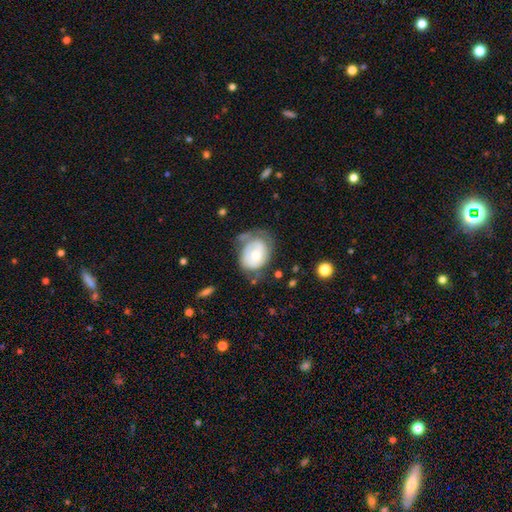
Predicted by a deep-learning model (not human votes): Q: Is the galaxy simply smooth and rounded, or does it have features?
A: featured or disk — 50%.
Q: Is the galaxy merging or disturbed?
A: none — 39%.